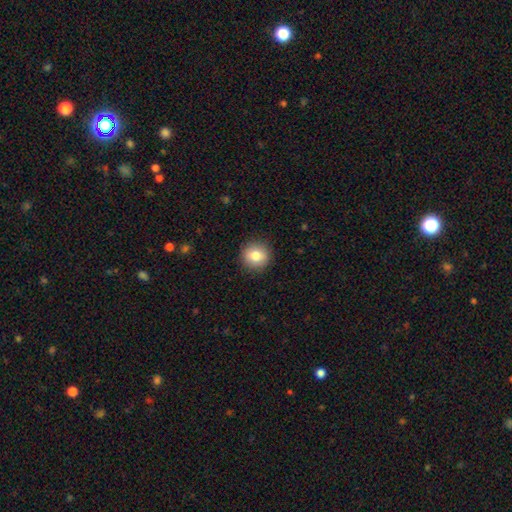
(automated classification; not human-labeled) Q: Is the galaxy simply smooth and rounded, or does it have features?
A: smooth — 82%.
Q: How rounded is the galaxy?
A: round — 93%.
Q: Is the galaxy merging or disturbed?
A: none — 91%.